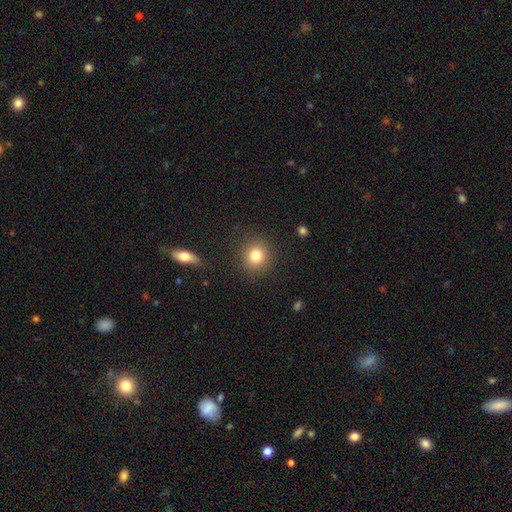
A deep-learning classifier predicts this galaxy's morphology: Smooth or featured? Predicted: smooth (p=0.81). How rounded? Predicted: round (p=0.89). Merging? Predicted: none (p=0.89).